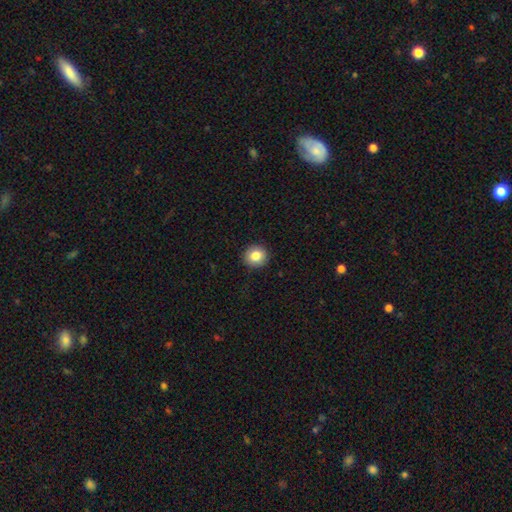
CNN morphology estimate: Smooth or featured? Predicted: smooth (p=0.84). How rounded? Predicted: round (p=0.90). Merging? Predicted: none (p=0.91).